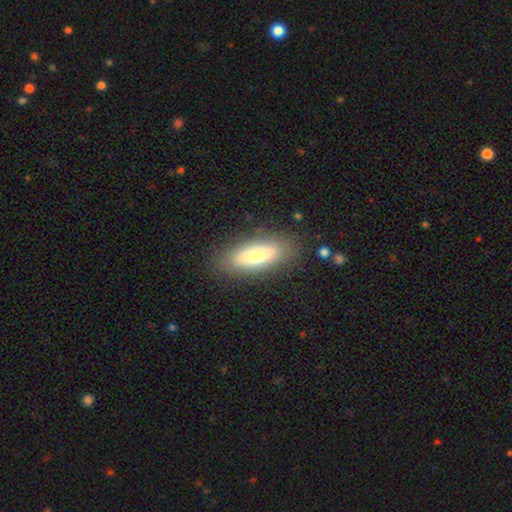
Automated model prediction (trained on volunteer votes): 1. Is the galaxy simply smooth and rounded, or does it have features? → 74% smooth, 19% featured or disk, 7% star or artifact.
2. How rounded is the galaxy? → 62% in between, 36% cigar-shaped, 2% round.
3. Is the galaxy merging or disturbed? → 86% none, 10% minor disturbance, 3% major disturbance, 1% merger.